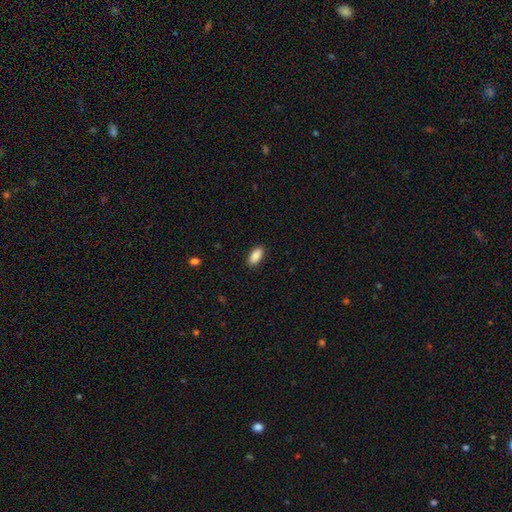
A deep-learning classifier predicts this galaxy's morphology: A smooth galaxy with no disk features (88%) that is in between round and cigar-shaped (91%). Merging: none (89%).